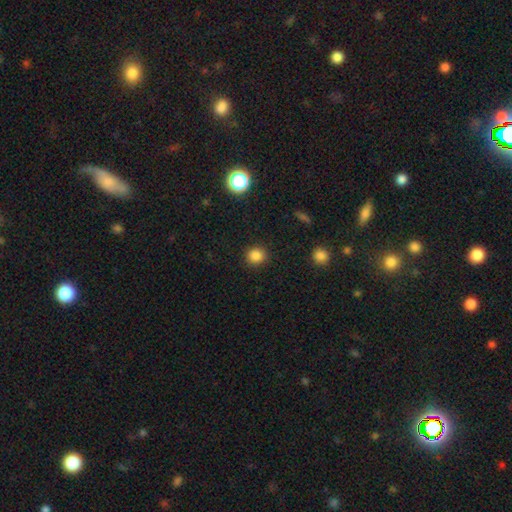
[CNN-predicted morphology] type=smooth (84%); roundness=round (90%); merging=none (90%).